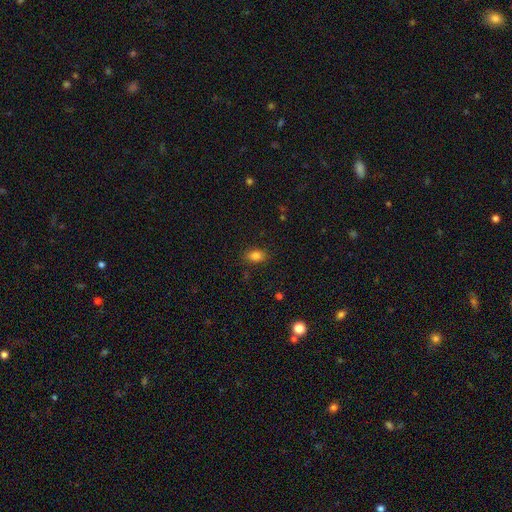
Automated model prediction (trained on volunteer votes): smooth-or-featured: smooth: 83% | star or artifact: 11% | featured or disk: 6%
  how-rounded: in between: 84% | round: 14% | cigar-shaped: 2%
  merging: none: 85% | minor disturbance: 11% | major disturbance: 3% | merger: 1%